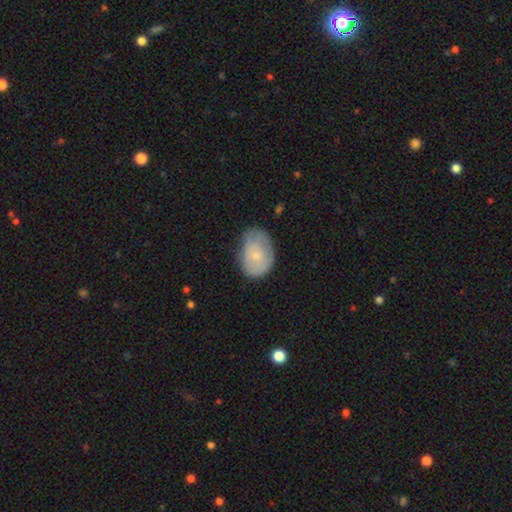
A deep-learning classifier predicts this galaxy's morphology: A smooth galaxy with no disk features (67%) that is in between round and cigar-shaped (80%).

Vote fractions:
- Smooth or featured? smooth: 67% / featured or disk: 27% / star or artifact: 7%
- How rounded? in between: 80% / round: 19% / cigar-shaped: 1%
- Merging? none: 57% / minor disturbance: 33% / major disturbance: 9% / merger: 2%